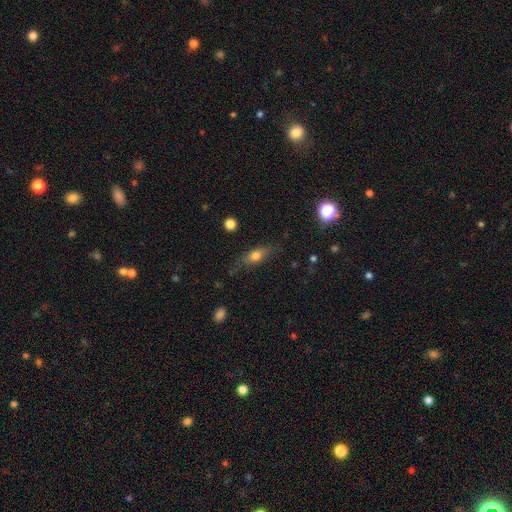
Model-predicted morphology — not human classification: This is likely a smooth galaxy (66%). How rounded: likely in between (64%). Merging: likely none (71%).